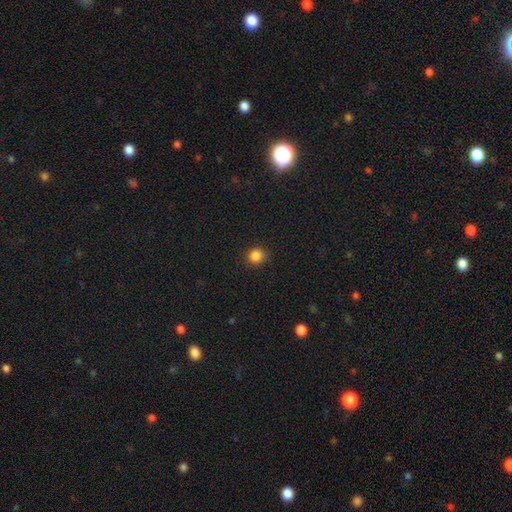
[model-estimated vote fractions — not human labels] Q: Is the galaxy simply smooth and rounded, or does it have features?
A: smooth — 85%.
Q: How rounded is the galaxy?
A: round — 83%.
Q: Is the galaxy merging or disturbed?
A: none — 90%.